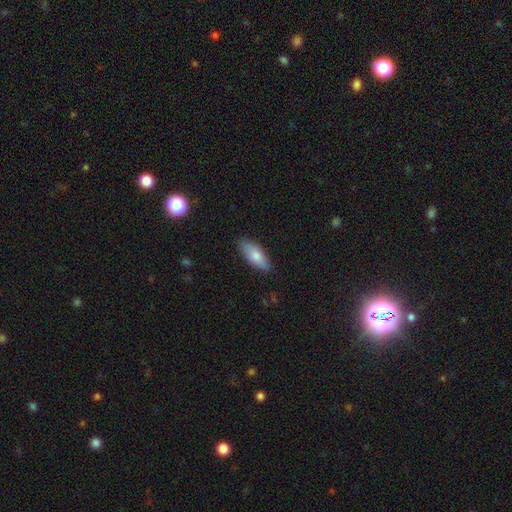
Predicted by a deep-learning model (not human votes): Q: Smooth or featured?
A: smooth (79%); runner-up: featured or disk (15%)
Q: How rounded?
A: in between (77%); runner-up: cigar-shaped (21%)
Q: Merging?
A: none (85%); runner-up: minor disturbance (12%)